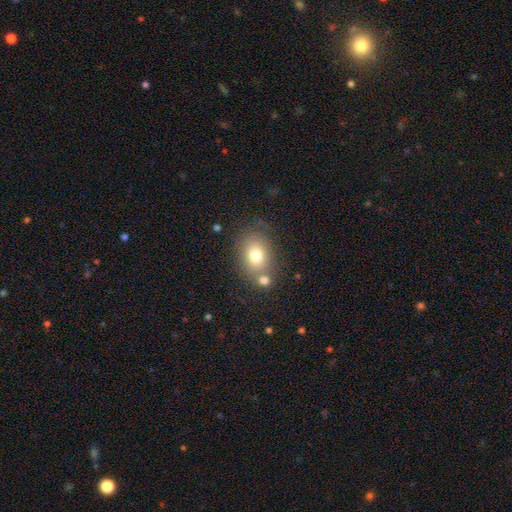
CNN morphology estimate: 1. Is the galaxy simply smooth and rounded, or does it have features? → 74% smooth, 14% featured or disk, 11% star or artifact.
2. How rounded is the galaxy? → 65% in between, 34% round, 1% cigar-shaped.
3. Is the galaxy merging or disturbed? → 64% none, 17% merger, 14% minor disturbance, 5% major disturbance.